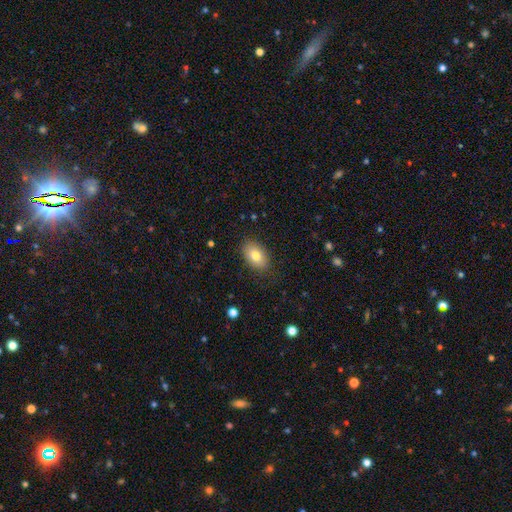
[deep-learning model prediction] A smooth galaxy with no disk features (79%) that is in between round and cigar-shaped (89%).

Vote fractions:
- Smooth or featured? smooth: 79% / featured or disk: 13% / star or artifact: 8%
- How rounded? in between: 89% / round: 9% / cigar-shaped: 2%
- Merging? none: 85% / minor disturbance: 12% / major disturbance: 3% / merger: 1%